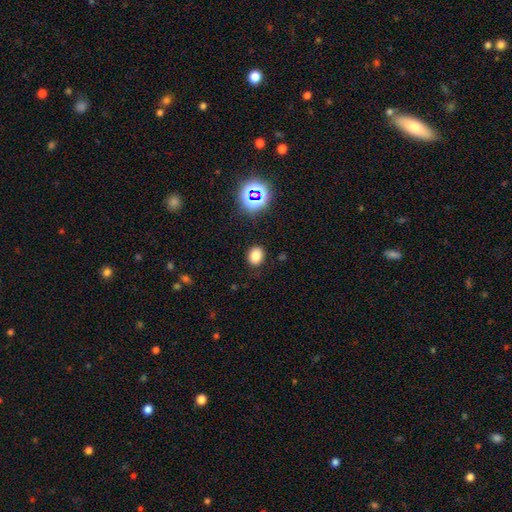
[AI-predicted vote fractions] Smooth or featured?
  - smooth: 78% *
  - star or artifact: 16%
  - featured or disk: 6%
How rounded?
  - round: 53% *
  - in between: 46%
  - cigar-shaped: 1%
Merging?
  - none: 87% *
  - minor disturbance: 9%
  - major disturbance: 3%
  - merger: 1%